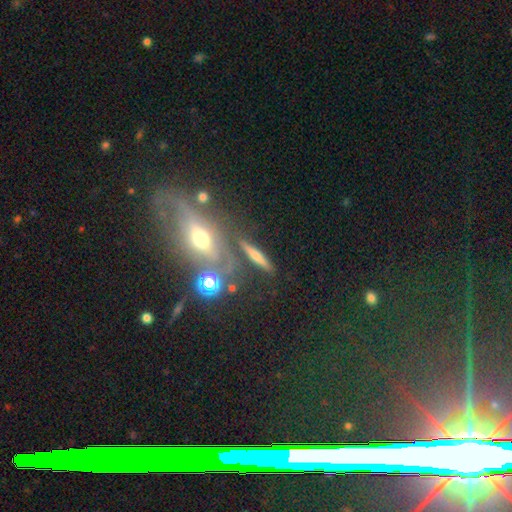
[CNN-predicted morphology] Smooth or featured? featured or disk (41%)
Merging? none (68%)